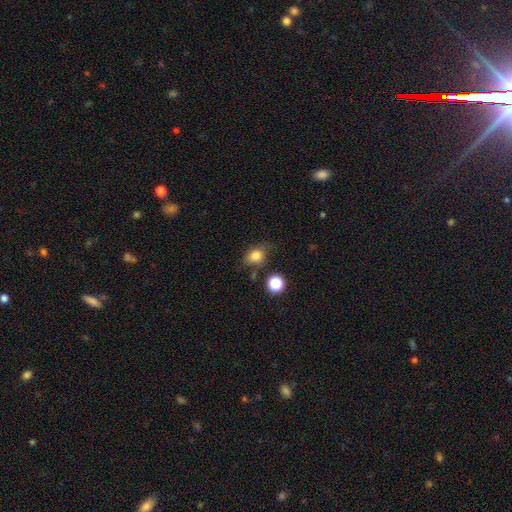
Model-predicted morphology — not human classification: Smooth or featured: smooth — 80% (star or artifact — 12%)
How rounded: in between — 52% (round — 47%)
Merging: none — 63% (minor disturbance — 23%)